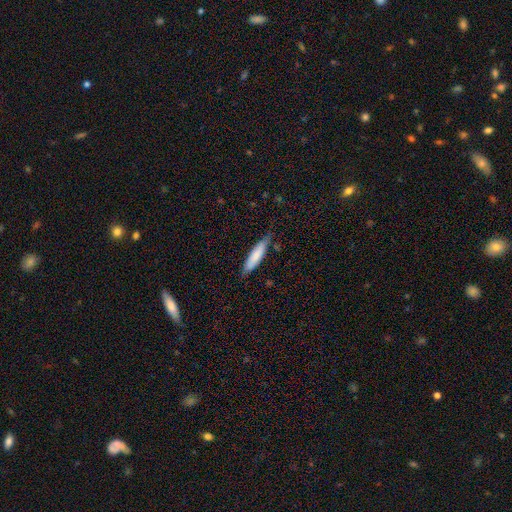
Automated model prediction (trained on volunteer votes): A smooth galaxy with no disk features (77%) that is cigar-shaped (73%). Merging: none (76%).